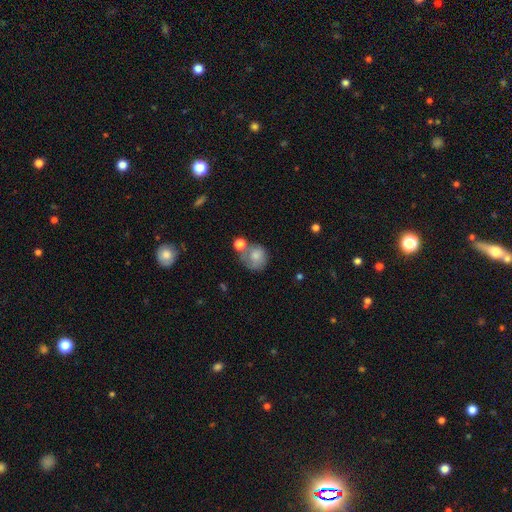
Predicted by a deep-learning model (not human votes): A smooth galaxy with no disk features (75%) that is round (75%). Merging: none (43%).